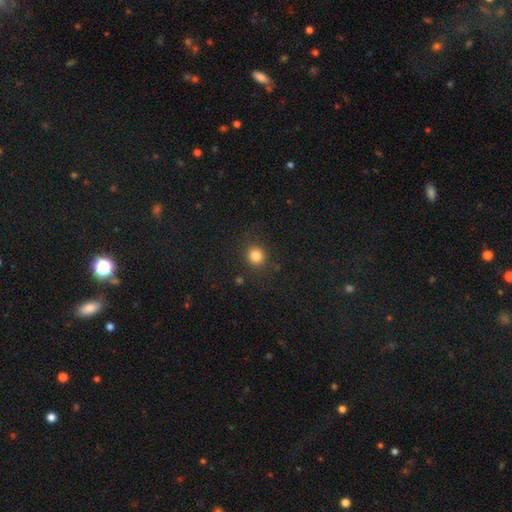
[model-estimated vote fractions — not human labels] Smooth or featured? Predicted: smooth (p=0.83). How rounded? Predicted: round (p=0.88). Merging? Predicted: none (p=0.88).